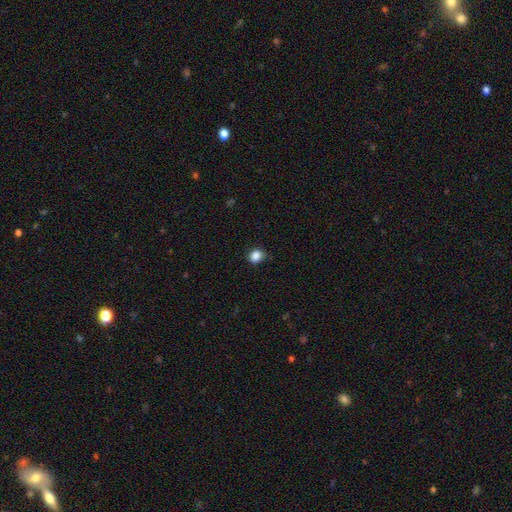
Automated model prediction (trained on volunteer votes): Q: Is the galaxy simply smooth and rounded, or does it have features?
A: smooth — 86%.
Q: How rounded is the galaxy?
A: round — 66%.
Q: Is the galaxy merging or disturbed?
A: none — 79%.